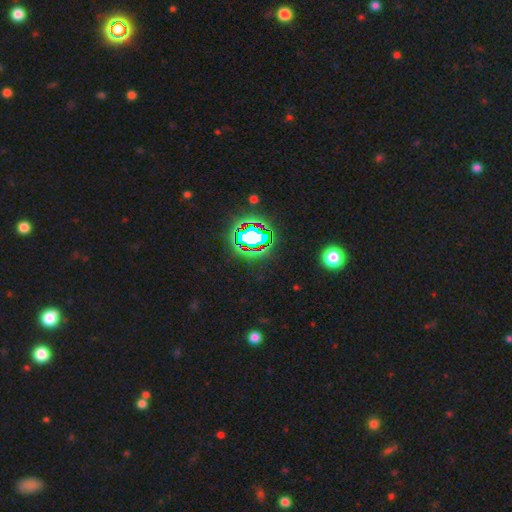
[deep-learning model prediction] star or artifact 80%, smooth 13%, featured or disk 7%.